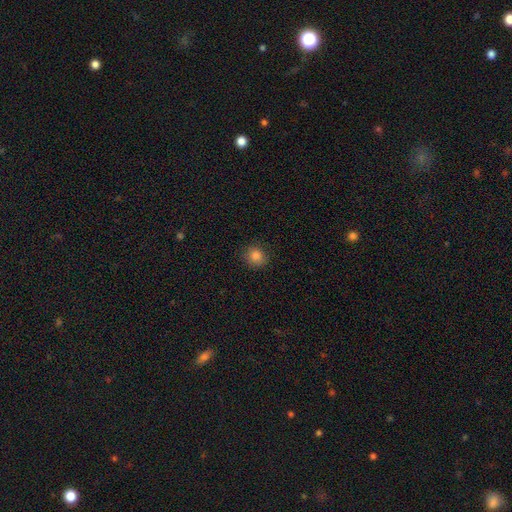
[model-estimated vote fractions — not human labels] smooth-or-featured: smooth: 84% | star or artifact: 11% | featured or disk: 4%
  how-rounded: round: 82% | in between: 17% | cigar-shaped: 1%
  merging: none: 86% | minor disturbance: 11% | major disturbance: 3% | merger: 1%